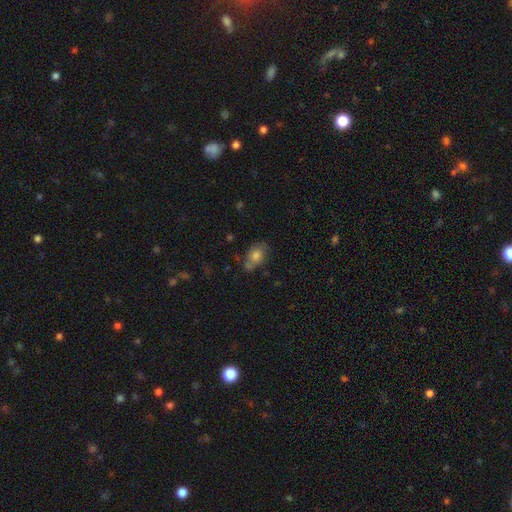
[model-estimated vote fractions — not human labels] Smooth or featured? Predicted: smooth (p=0.76). How rounded? Predicted: in between (p=0.78). Merging? Predicted: none (p=0.62).